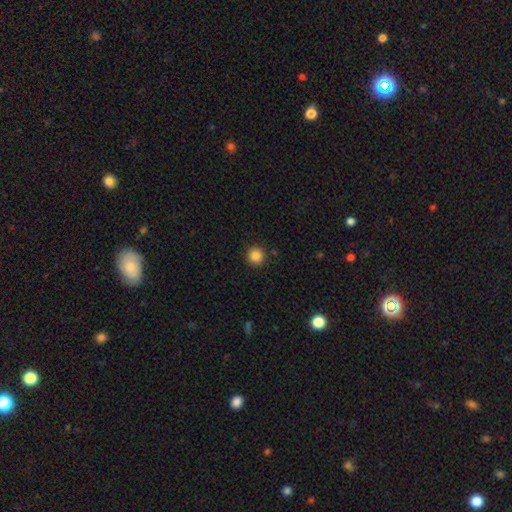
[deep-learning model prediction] Smooth or featured? smooth (86%)
How rounded? round (95%)
Merging? none (92%)